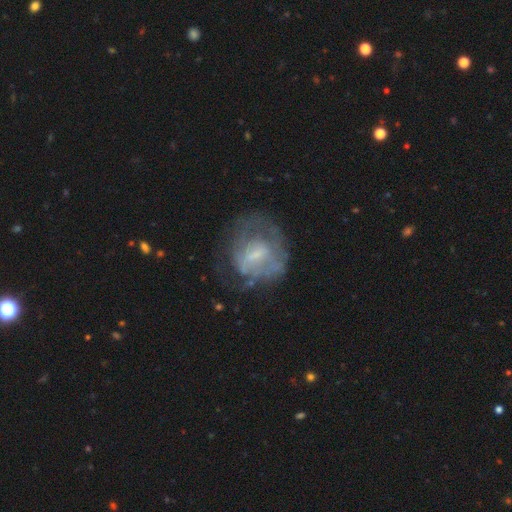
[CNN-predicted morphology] smooth-or-featured: featured or disk: 61% | smooth: 30% | star or artifact: 10%
  disk-edge-on: no: 97% | yes: 3%
    bar: weak: 45% | no: 42% | strong: 12%
    has-spiral-arms: no: 55% | yes: 45%
    bulge-size: small: 49% | moderate: 26% | none: 21% | large: 4% | dominant: 1%
  merging: none: 48% | major disturbance: 27% | minor disturbance: 23% | merger: 3%